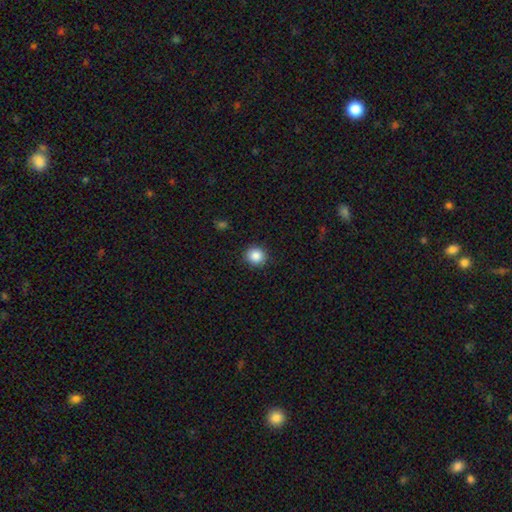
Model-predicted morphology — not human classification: Smooth or featured? smooth (87%)
How rounded? round (89%)
Merging? none (90%)